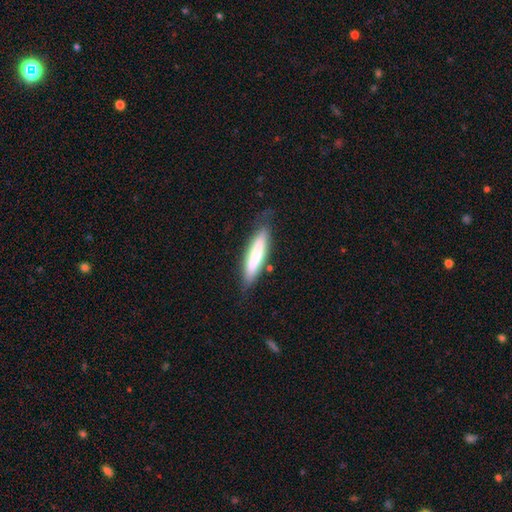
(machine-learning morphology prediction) Smooth or featured? Predicted: smooth (p=0.70). How rounded? Predicted: cigar-shaped (p=0.80). Merging? Predicted: none (p=0.75).